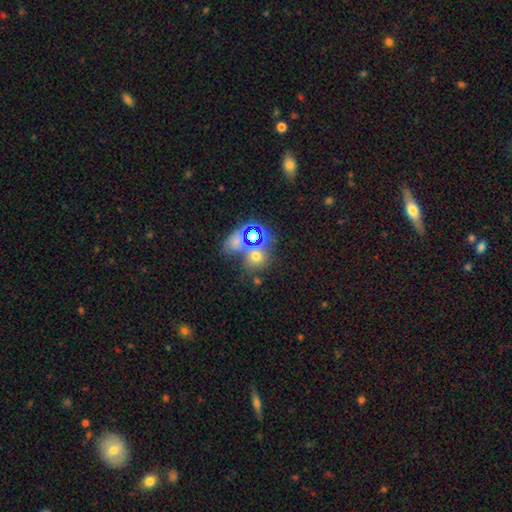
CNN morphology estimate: The model was most divided on "smooth or featured": smooth: 54%, star or artifact: 34%, featured or disk: 12%. More confident: how rounded — round (71%); merging — none (53%).